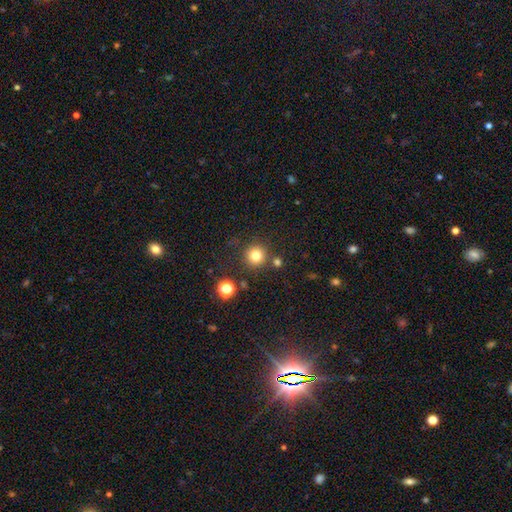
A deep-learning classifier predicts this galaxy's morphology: Overall: smooth (79%). How rounded: round (95%). Merging: none (84%).